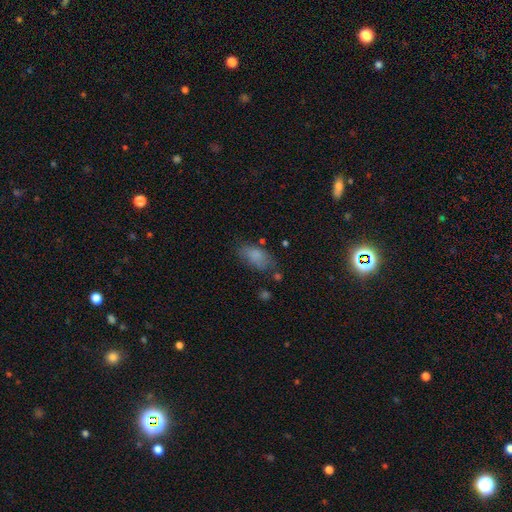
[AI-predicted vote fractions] Smooth or featured?
  - smooth: 80% *
  - featured or disk: 11%
  - star or artifact: 9%
How rounded?
  - in between: 90% *
  - cigar-shaped: 6%
  - round: 4%
Merging?
  - none: 62% *
  - minor disturbance: 23%
  - major disturbance: 9%
  - merger: 6%